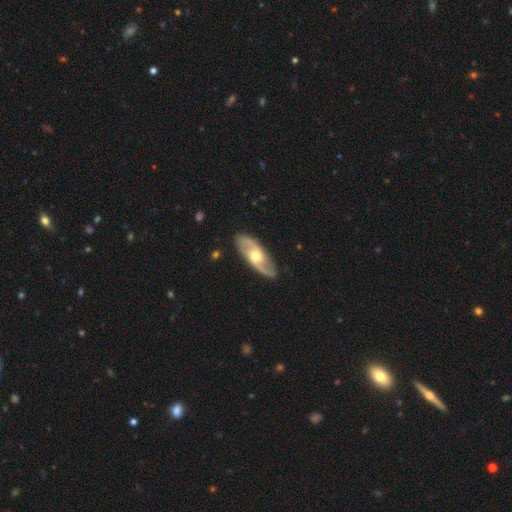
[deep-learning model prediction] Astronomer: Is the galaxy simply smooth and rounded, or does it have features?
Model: featured or disk — 82%.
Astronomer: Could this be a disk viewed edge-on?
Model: no — 89%.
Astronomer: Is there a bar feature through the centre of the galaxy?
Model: no — 59%.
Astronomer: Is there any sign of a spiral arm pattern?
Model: yes — 91%.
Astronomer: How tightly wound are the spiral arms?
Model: medium — 46% (runner-up: loose, 33%).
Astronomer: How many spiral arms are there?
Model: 2 — 89%.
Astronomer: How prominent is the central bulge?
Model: moderate — 71%.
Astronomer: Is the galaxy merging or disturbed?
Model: none — 86%.